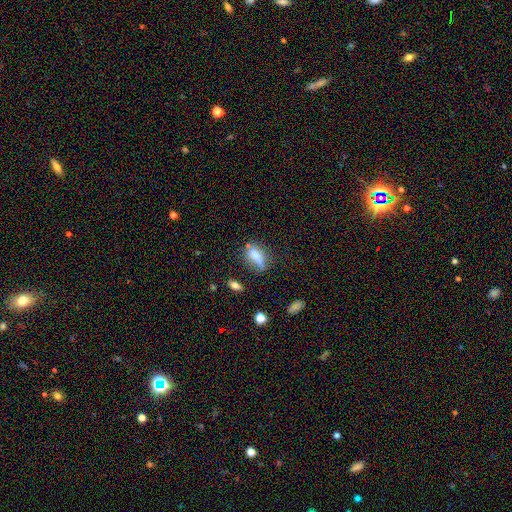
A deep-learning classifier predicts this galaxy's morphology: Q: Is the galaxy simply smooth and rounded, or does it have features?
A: smooth — 67%.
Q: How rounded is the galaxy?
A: in between — 71%.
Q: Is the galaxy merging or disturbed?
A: none — 42%.